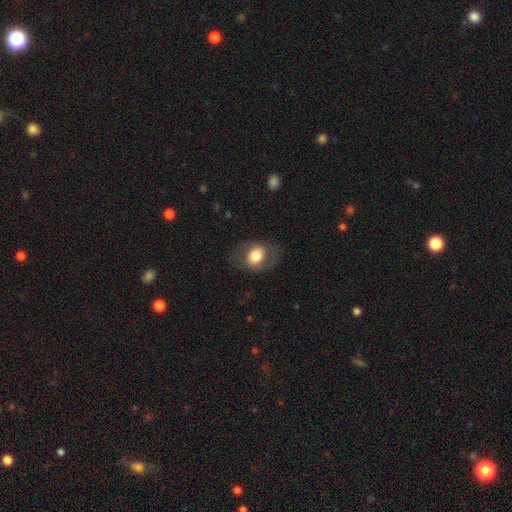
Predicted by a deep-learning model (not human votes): A smooth galaxy with no disk features (69%) that is in between round and cigar-shaped (66%).

Vote fractions:
- Smooth or featured? smooth: 69% / featured or disk: 24% / star or artifact: 7%
- How rounded? in between: 66% / round: 33% / cigar-shaped: 1%
- Merging? none: 75% / minor disturbance: 15% / major disturbance: 10% / merger: 1%